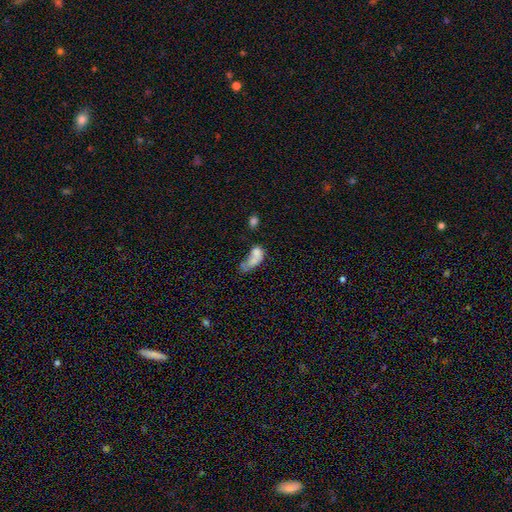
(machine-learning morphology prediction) Smooth or featured?
  - smooth: 63% *
  - featured or disk: 25%
  - star or artifact: 12%
How rounded?
  - in between: 78% *
  - round: 11%
  - cigar-shaped: 10%
Merging?
  - merger: 41% *
  - major disturbance: 31%
  - none: 15%
  - minor disturbance: 13%